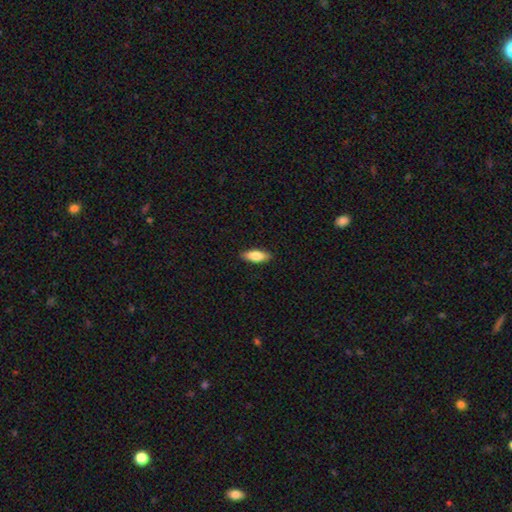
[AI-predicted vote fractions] This appears to be a smooth galaxy with no disk features (76%) that is in between round and cigar-shaped (71%). Merging: none (89%).